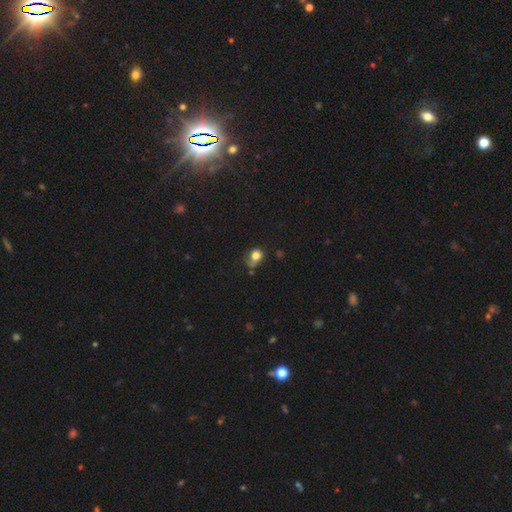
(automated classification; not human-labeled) Smooth or featured? smooth (77%)
How rounded? round (65%)
Merging? none (44%)